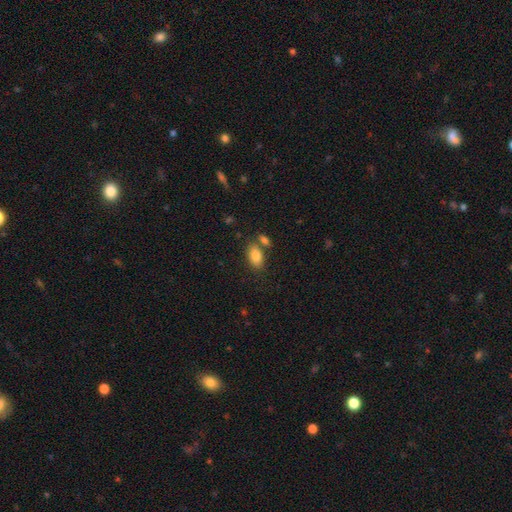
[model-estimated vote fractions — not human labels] Q: Smooth or featured?
A: smooth (83%); runner-up: featured or disk (9%)
Q: How rounded?
A: in between (91%); runner-up: round (6%)
Q: Merging?
A: none (66%); runner-up: merger (18%)